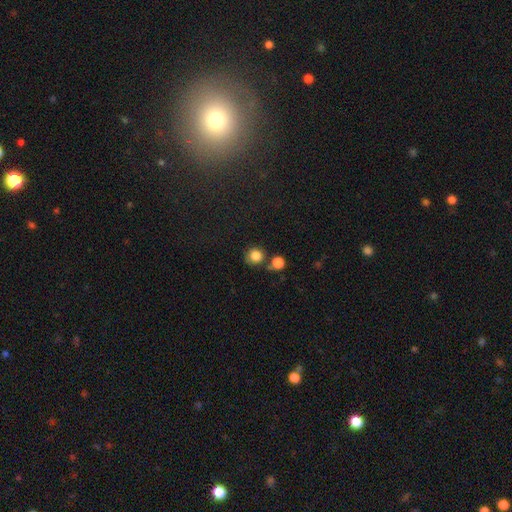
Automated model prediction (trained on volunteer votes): Smooth or featured? Predicted: smooth (p=0.83). How rounded? Predicted: round (p=0.89). Merging? Predicted: none (p=0.62).